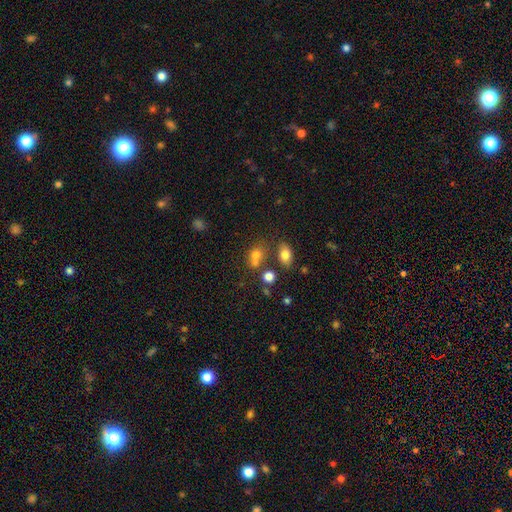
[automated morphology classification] Q: Smooth or featured?
A: smooth (70%); runner-up: star or artifact (18%)
Q: How rounded?
A: in between (58%); runner-up: round (39%)
Q: Merging?
A: none (46%); runner-up: merger (36%)